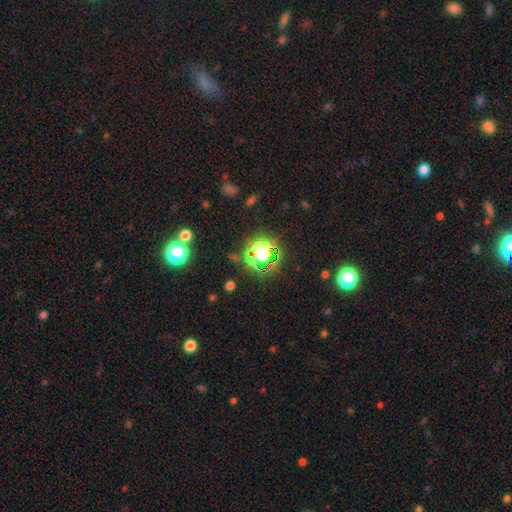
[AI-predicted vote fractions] Q: Smooth or featured?
A: star or artifact (68%); runner-up: smooth (24%)